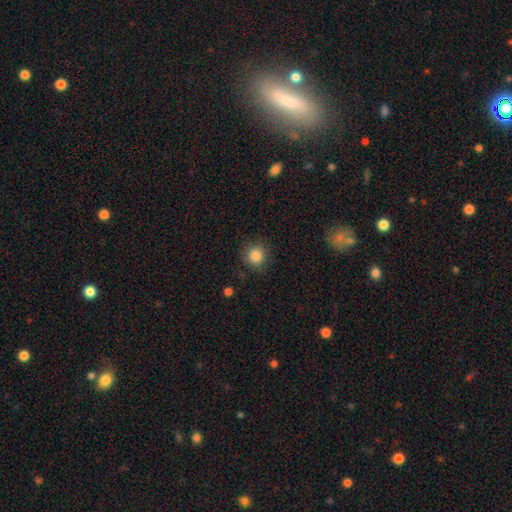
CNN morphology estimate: Smooth or featured? Predicted: smooth (p=0.86). How rounded? Predicted: round (p=0.91). Merging? Predicted: none (p=0.84).